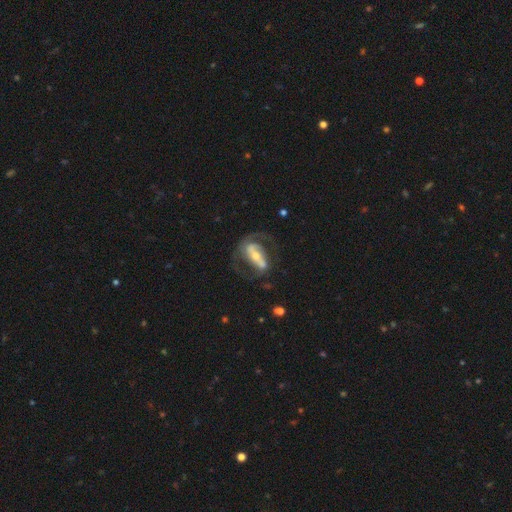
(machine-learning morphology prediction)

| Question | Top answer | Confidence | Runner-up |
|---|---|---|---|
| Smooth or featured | featured or disk | 80% | smooth (15%) |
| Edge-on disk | no | 91% | yes (9%) |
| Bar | strong | 64% | weak (21%) |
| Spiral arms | yes | 83% | no (17%) |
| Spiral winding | medium | 50% | loose (26%) |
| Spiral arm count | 2 | 82% | 1 (8%) |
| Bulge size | moderate | 47% | small (43%) |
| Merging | none | 59% | major disturbance (21%) |